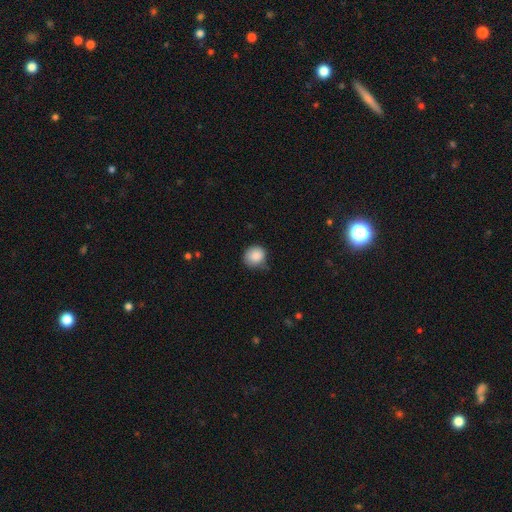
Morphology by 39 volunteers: Smooth or featured? smooth (85%)
How rounded? round (91%)
Merging? none (54%)